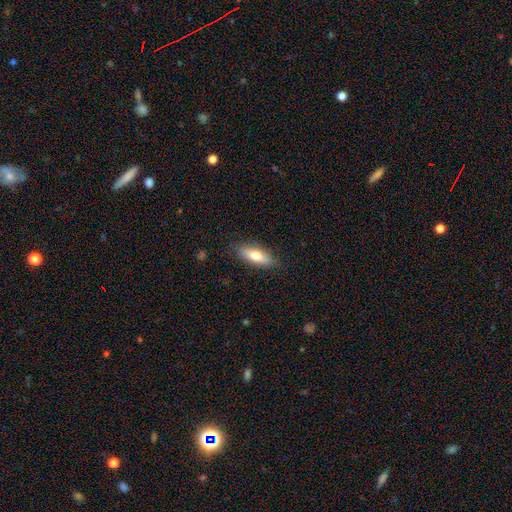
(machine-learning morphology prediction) Smooth or featured?
  - smooth: 69% *
  - featured or disk: 25%
  - star or artifact: 6%
How rounded?
  - in between: 58% *
  - cigar-shaped: 40%
  - round: 2%
Merging?
  - none: 86% *
  - minor disturbance: 11%
  - major disturbance: 3%
  - merger: 1%